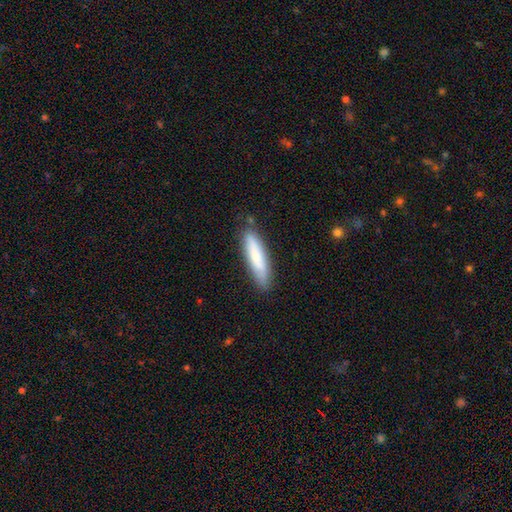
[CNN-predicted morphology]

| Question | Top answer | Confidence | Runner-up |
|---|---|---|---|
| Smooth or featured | smooth | 73% | featured or disk (21%) |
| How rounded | cigar-shaped | 80% | in between (19%) |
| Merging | none | 84% | minor disturbance (12%) |